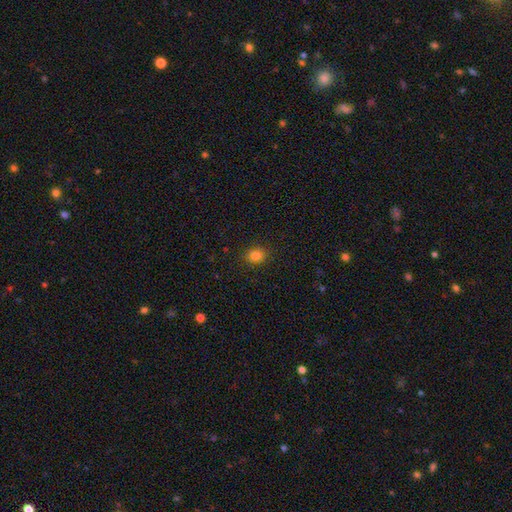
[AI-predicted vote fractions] smooth 82%, star or artifact 13%, featured or disk 5%. Down the decision tree: how rounded — round (71%); merging — none (88%).